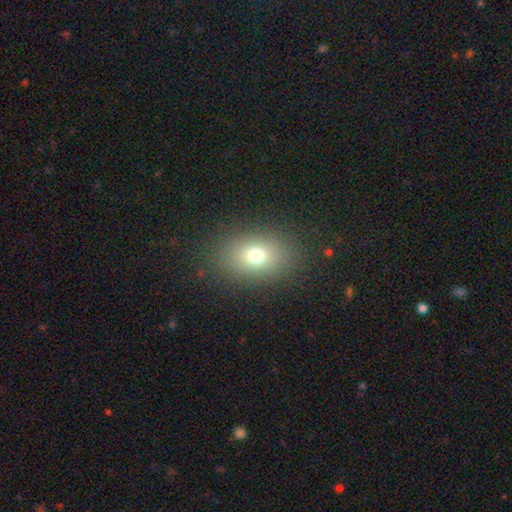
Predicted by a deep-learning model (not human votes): Smooth or featured? smooth (72%)
How rounded? in between (68%)
Merging? none (85%)